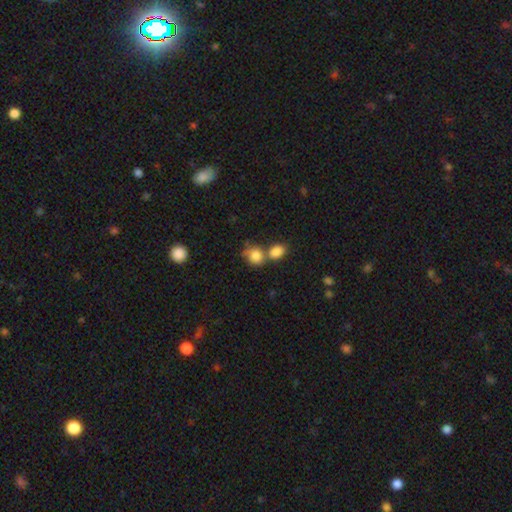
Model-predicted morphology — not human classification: Smooth or featured: smooth — 84% (star or artifact — 8%)
How rounded: round — 65% (in between — 33%)
Merging: merger — 46% (none — 38%)